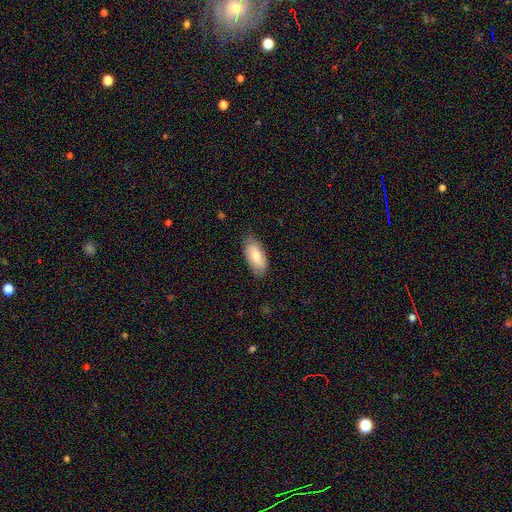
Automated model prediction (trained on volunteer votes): smooth_or_featured: smooth (p=0.72) [alt: featured or disk p=0.22]
how_rounded: in between (p=0.92) [alt: cigar-shaped p=0.06]
merging: none (p=0.80) [alt: minor disturbance p=0.16]